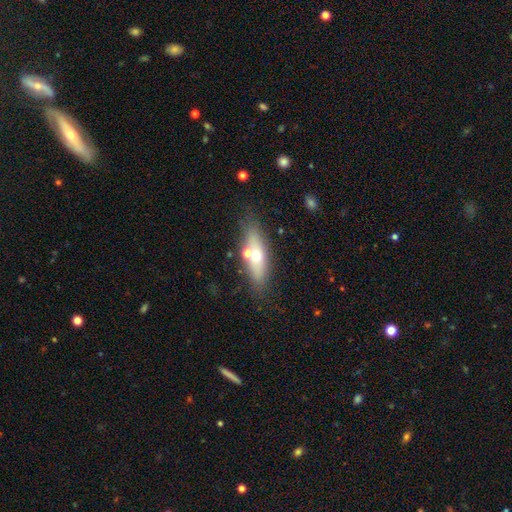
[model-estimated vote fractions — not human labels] This is possibly a smooth galaxy (54%). How rounded: possibly in between (49%). Merging: likely none (70%).